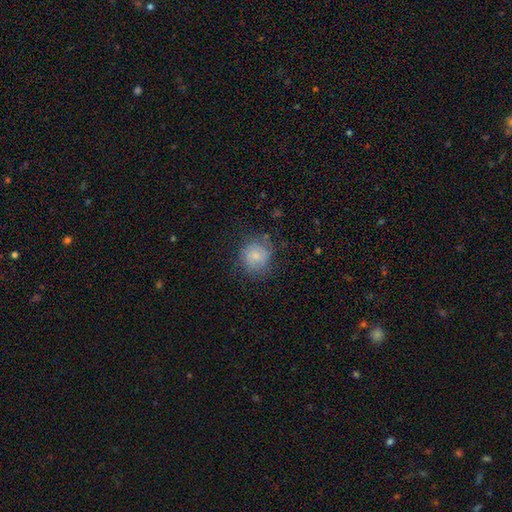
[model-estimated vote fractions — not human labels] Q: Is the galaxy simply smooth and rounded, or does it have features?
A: smooth — 74%.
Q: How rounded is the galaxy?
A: round — 86%.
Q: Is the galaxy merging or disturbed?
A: none — 70%.